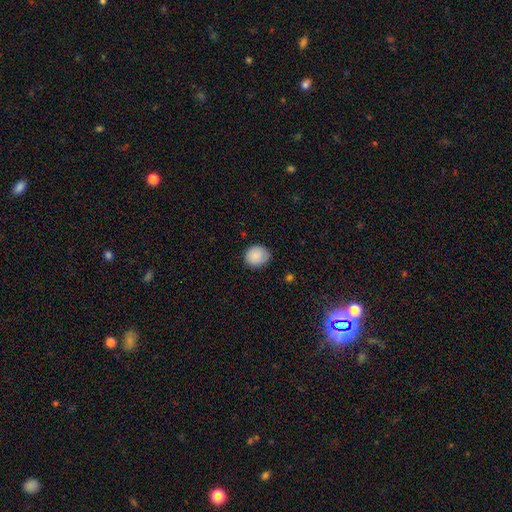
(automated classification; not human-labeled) Overall: smooth (87%). How rounded: round (79%). Merging: none (81%).